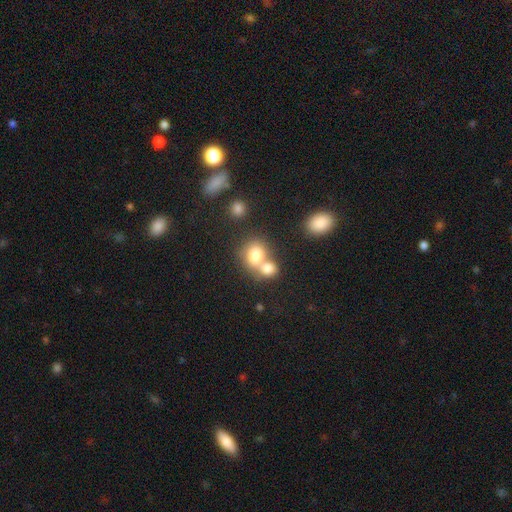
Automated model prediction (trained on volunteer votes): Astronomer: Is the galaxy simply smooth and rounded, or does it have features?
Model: smooth — 77%.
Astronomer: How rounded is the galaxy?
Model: round — 65%.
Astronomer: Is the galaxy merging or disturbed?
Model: merger — 55% (runner-up: none, 34%).